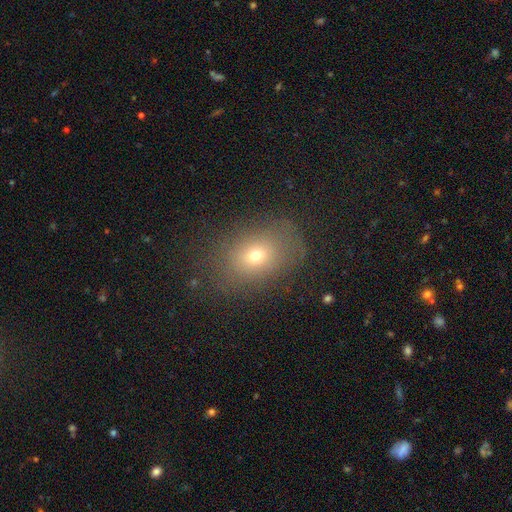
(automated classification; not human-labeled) Overall: smooth (66%). How rounded: in between (65%; round 34%). Merging: none (76%).